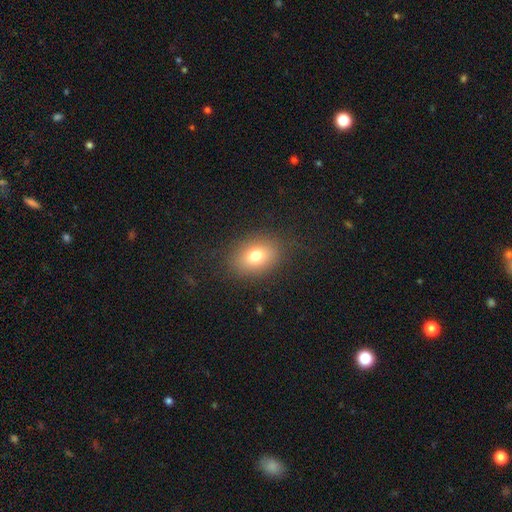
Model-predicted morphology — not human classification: Smooth or featured: smooth — 76% (featured or disk — 12%)
How rounded: in between — 72% (round — 27%)
Merging: none — 83% (minor disturbance — 11%)